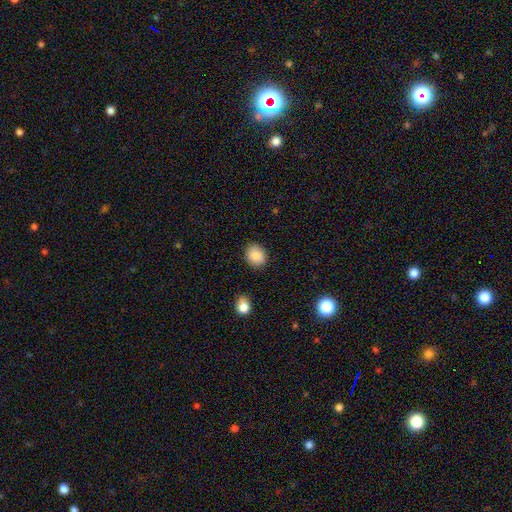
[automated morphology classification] Overall: smooth (87%). How rounded: round (60%; in between 40%). Merging: none (85%).